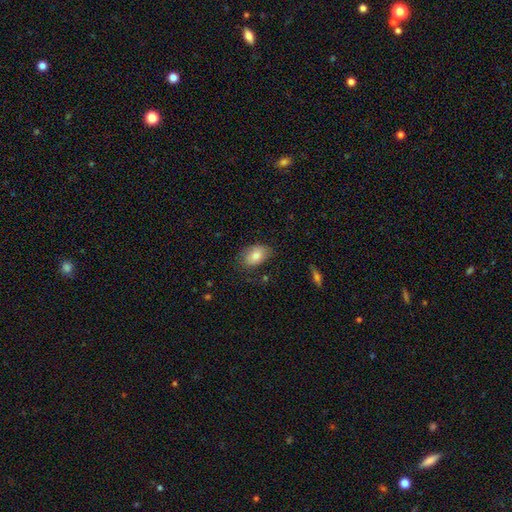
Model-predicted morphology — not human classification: Smooth or featured? smooth (80%)
How rounded? in between (88%)
Merging? none (70%)